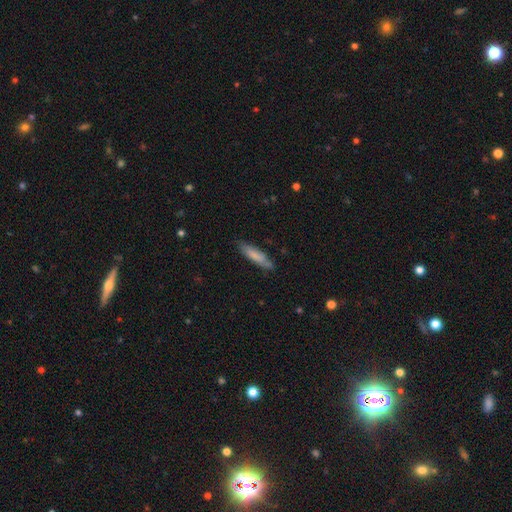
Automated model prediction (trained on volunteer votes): Smooth or featured? smooth (71%)
How rounded? cigar-shaped (67%)
Merging? none (74%)